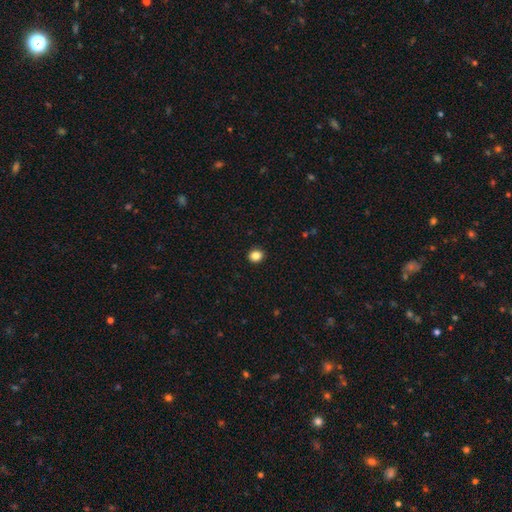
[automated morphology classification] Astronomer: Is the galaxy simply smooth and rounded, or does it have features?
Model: smooth — 85%.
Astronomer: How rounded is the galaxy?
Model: round — 80%.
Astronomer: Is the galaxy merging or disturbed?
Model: none — 93%.